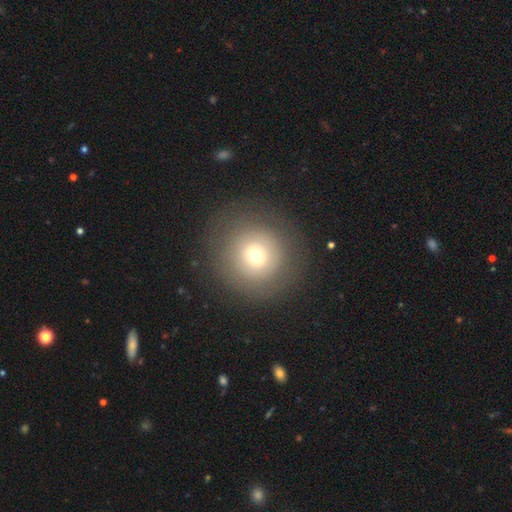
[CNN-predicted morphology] Smooth or featured? Predicted: smooth (p=0.64). How rounded? Predicted: round (p=0.95). Merging? Predicted: none (p=0.84).